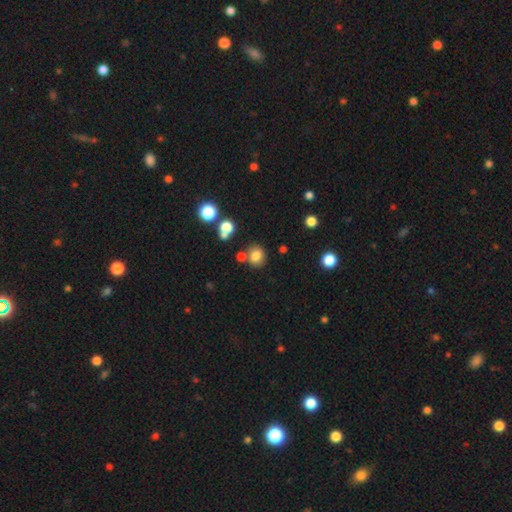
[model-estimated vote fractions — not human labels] A smooth galaxy with no disk features (79%) that is round (76%).

Vote fractions:
- Smooth or featured? smooth: 79% / star or artifact: 13% / featured or disk: 7%
- How rounded? round: 76% / in between: 23% / cigar-shaped: 1%
- Merging? none: 75% / minor disturbance: 11% / merger: 11% / major disturbance: 3%